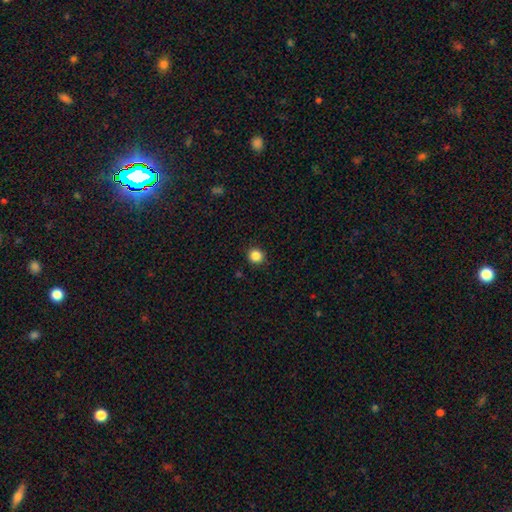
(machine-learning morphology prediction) Smooth or featured? smooth (85%)
How rounded? round (92%)
Merging? none (91%)